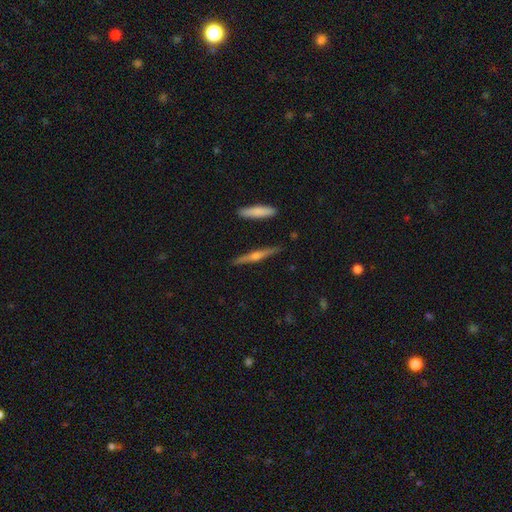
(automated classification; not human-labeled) Smooth or featured? Predicted: featured or disk (p=0.69). Edge-on disk? Predicted: yes (p=0.98). Edge-on bulge? Predicted: rounded (p=0.86). Merging? Predicted: none (p=0.90).